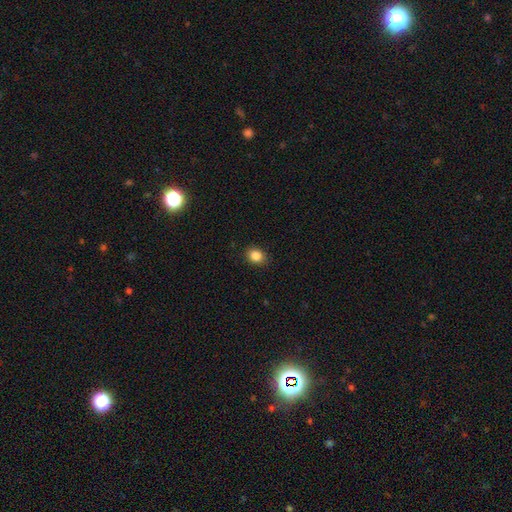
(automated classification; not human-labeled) This is clearly a smooth galaxy (86%). How rounded: possibly round (58%). Merging: clearly none (89%).